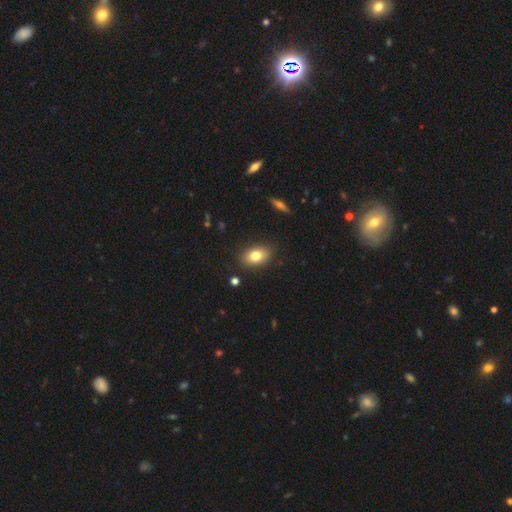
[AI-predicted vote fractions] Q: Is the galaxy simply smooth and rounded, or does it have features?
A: smooth — 78%.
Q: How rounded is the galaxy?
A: in between — 85%.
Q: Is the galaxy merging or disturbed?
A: none — 86%.